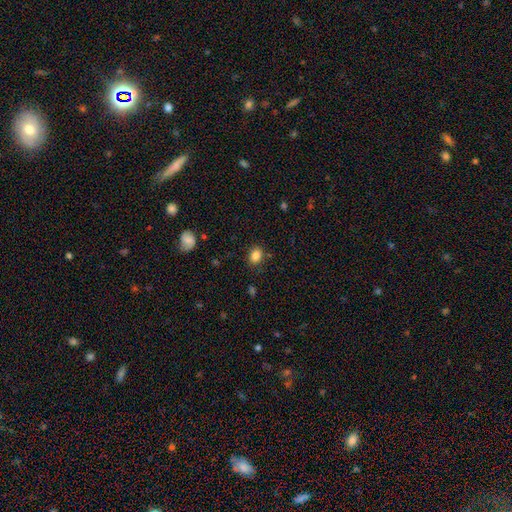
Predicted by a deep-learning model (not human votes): Morphology: type=smooth (85%); roundness=in between (57%); merging=none (83%).